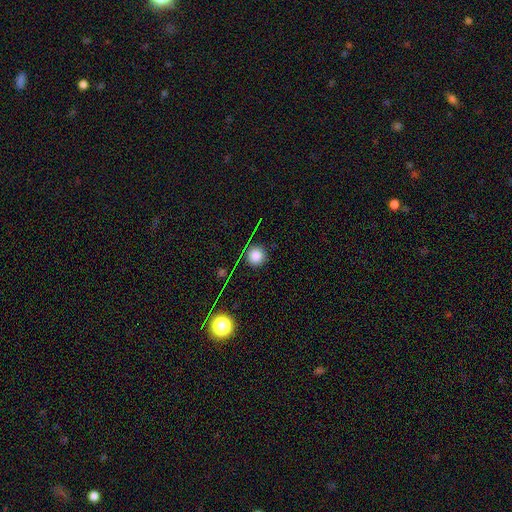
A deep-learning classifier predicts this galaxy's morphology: A smooth galaxy with no disk features (77%) that is round (94%).

Vote fractions:
- Smooth or featured? smooth: 77% / star or artifact: 17% / featured or disk: 6%
- How rounded? round: 94% / in between: 5% / cigar-shaped: 1%
- Merging? none: 87% / minor disturbance: 8% / major disturbance: 3% / merger: 2%